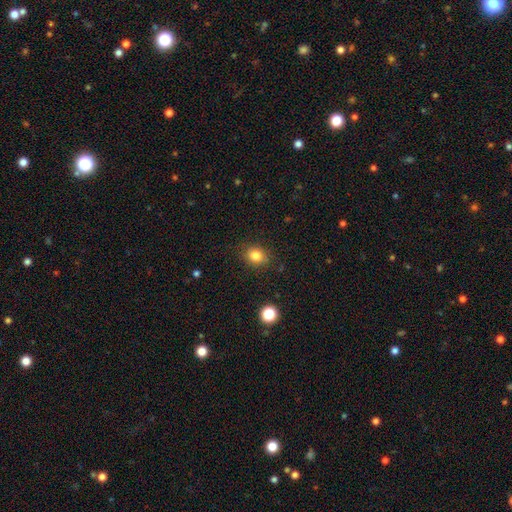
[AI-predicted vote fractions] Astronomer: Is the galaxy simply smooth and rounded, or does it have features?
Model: smooth — 83%.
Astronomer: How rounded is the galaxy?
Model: round — 56% (runner-up: in between, 43%).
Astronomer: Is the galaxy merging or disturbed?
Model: none — 85%.